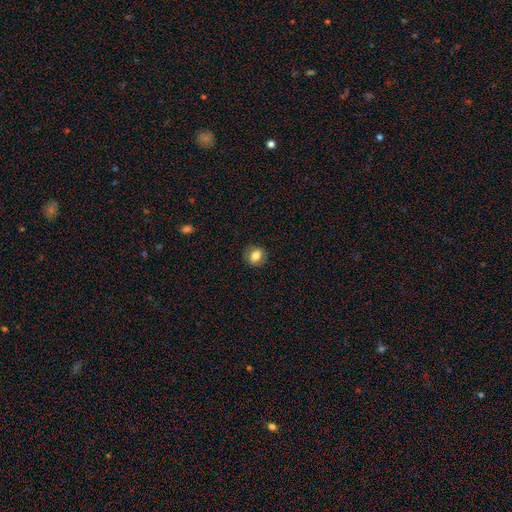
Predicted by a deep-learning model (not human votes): A smooth galaxy with no disk features (77%) that is round (54%).

Vote fractions:
- Smooth or featured? smooth: 77% / featured or disk: 14% / star or artifact: 9%
- How rounded? round: 54% / in between: 45% / cigar-shaped: 1%
- Merging? none: 85% / minor disturbance: 11% / major disturbance: 3% / merger: 1%